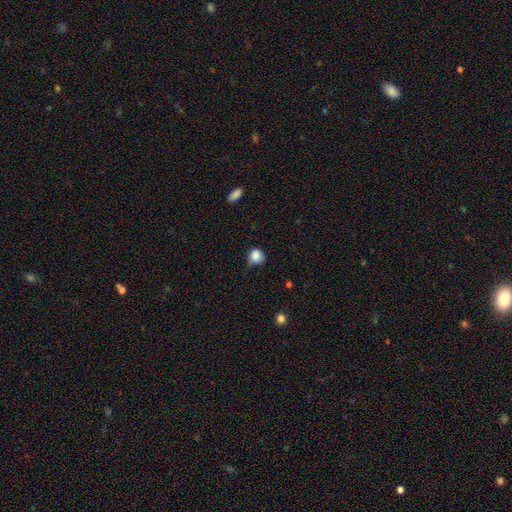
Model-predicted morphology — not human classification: smooth_or_featured: smooth (p=0.85) [alt: star or artifact p=0.09]
how_rounded: round (p=0.77) [alt: in between p=0.22]
merging: none (p=0.50) [alt: minor disturbance p=0.37]